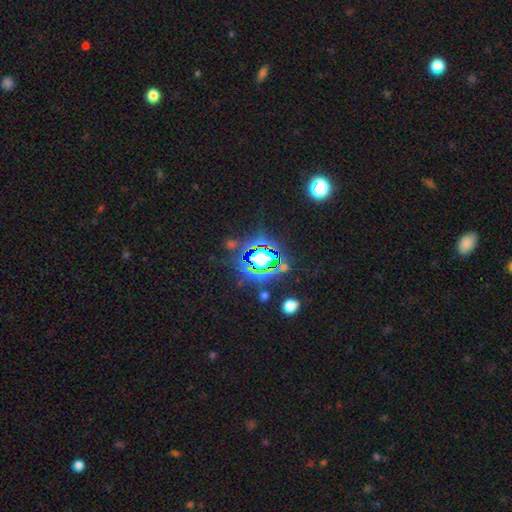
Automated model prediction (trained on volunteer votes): Smooth or featured: star or artifact — 79% (smooth — 12%)